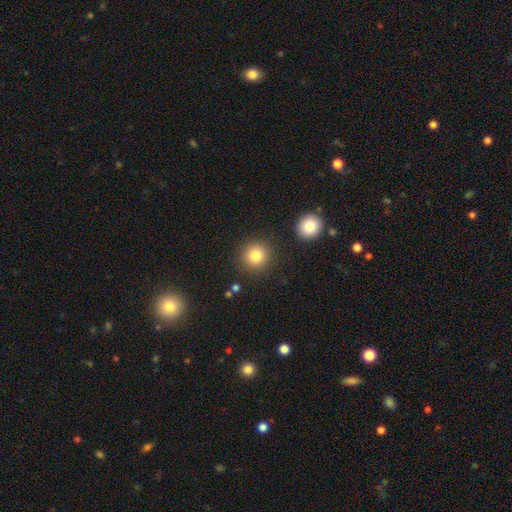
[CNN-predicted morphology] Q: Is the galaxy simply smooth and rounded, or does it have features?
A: smooth — 82%.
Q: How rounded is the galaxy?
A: round — 93%.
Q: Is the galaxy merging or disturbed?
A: none — 87%.